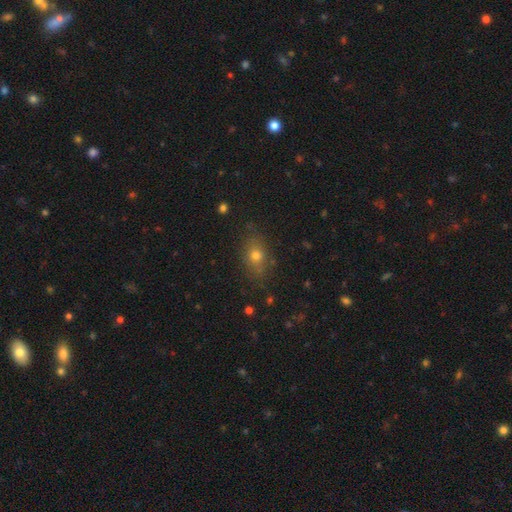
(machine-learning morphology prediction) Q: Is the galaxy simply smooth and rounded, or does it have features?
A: smooth — 70%.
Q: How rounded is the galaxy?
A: in between — 62%.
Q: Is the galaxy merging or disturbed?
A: none — 79%.